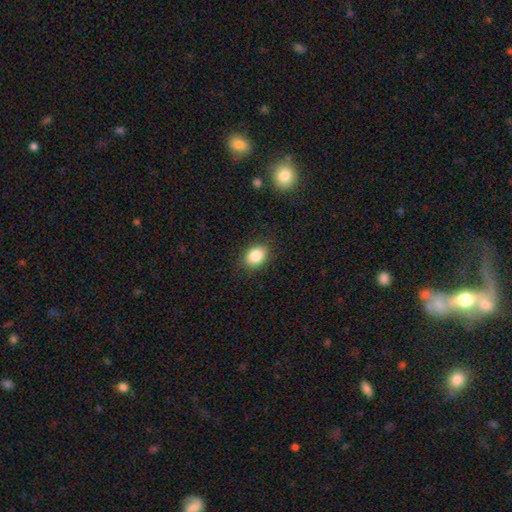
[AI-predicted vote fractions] This appears to be a smooth galaxy with no disk features (85%) that is in between round and cigar-shaped (67%). Merging: none (87%).